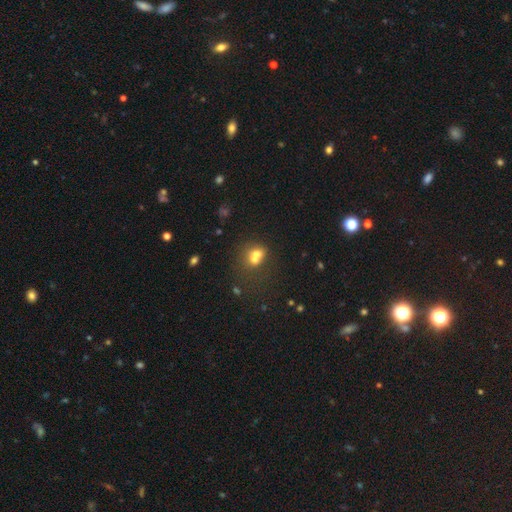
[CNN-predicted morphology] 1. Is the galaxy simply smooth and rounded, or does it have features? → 62% smooth, 23% featured or disk, 15% star or artifact.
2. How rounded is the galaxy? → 63% round, 36% in between, 1% cigar-shaped.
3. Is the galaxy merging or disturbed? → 62% merger, 26% none, 7% minor disturbance, 5% major disturbance.